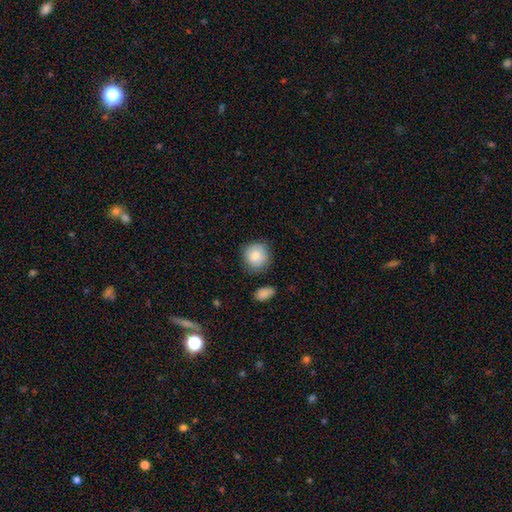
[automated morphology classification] Overall: smooth (84%). How rounded: round (90%). Merging: none (79%).